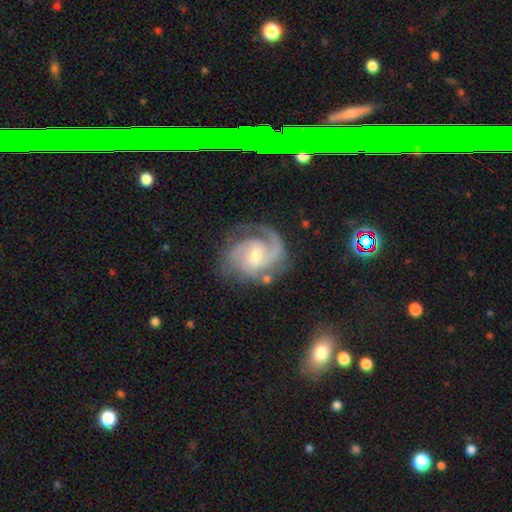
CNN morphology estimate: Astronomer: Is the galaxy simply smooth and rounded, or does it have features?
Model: featured or disk — 89%.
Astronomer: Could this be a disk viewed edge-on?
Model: no — 98%.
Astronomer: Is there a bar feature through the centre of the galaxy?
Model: weak — 45% (runner-up: no, 44%).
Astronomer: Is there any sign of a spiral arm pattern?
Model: yes — 98%.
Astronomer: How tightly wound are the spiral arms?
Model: tight — 46% (runner-up: medium, 43%).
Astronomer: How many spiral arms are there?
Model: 2 — 52%.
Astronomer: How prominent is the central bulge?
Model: small — 50% (runner-up: moderate, 44%).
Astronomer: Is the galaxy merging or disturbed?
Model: none — 67%.